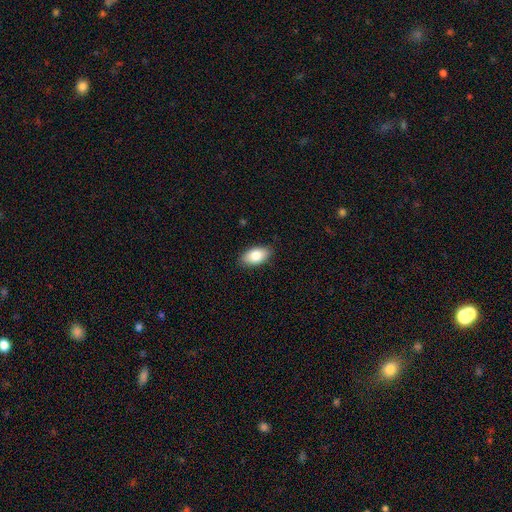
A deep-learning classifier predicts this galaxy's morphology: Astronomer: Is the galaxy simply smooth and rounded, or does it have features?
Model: smooth — 83%.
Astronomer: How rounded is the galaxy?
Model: in between — 93%.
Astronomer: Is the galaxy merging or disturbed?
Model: none — 87%.